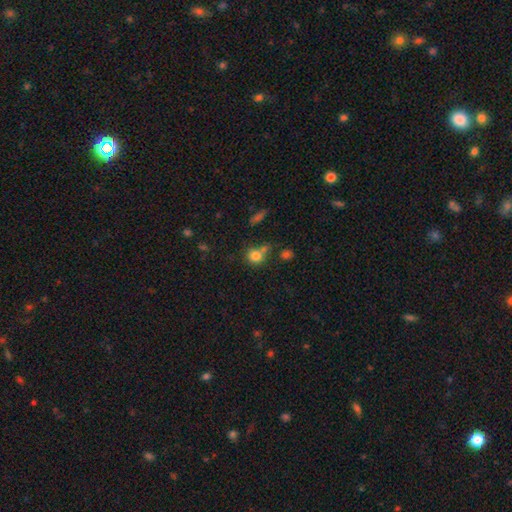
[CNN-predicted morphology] This is clearly a smooth galaxy (80%). How rounded: clearly round (84%). Merging: possibly none (60%).